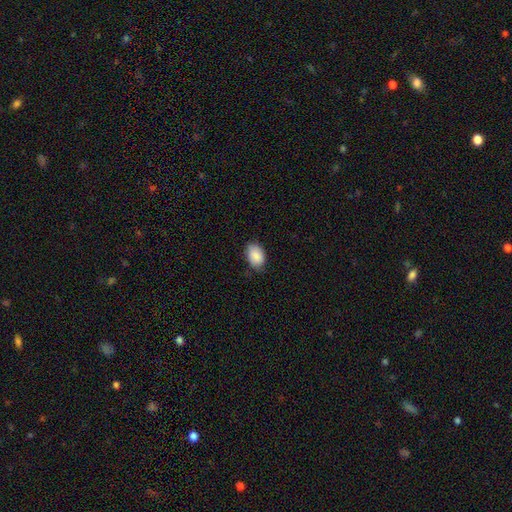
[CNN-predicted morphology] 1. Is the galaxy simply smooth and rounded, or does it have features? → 89% smooth, 7% star or artifact, 5% featured or disk.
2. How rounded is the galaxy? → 88% in between, 11% round, 1% cigar-shaped.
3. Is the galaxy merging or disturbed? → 77% none, 20% minor disturbance, 3% major disturbance, 1% merger.